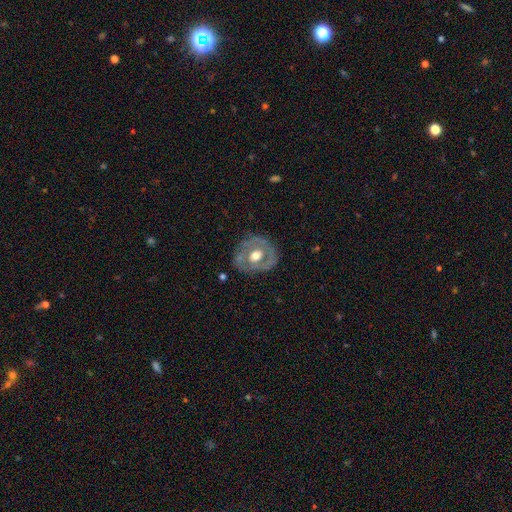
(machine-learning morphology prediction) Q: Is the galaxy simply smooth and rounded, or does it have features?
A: featured or disk — 61%.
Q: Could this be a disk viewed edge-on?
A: no — 95%.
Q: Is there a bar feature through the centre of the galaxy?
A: no — 73%.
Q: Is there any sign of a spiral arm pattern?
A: no — 75%.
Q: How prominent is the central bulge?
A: moderate — 66%.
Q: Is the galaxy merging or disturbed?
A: none — 74%.